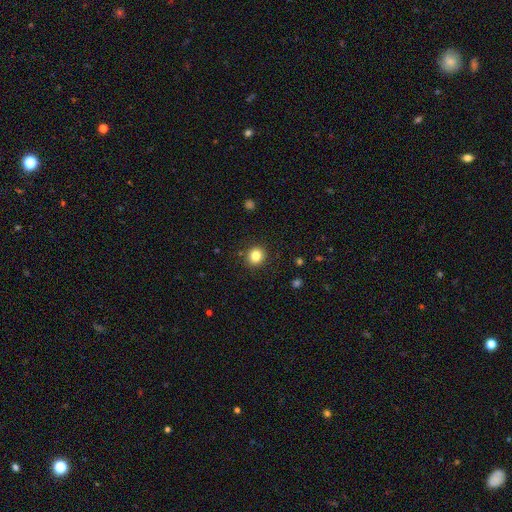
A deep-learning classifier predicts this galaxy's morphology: Smooth or featured?
  - smooth: 83% *
  - star or artifact: 11%
  - featured or disk: 6%
How rounded?
  - round: 83% *
  - in between: 16%
  - cigar-shaped: 1%
Merging?
  - none: 90% *
  - minor disturbance: 7%
  - major disturbance: 2%
  - merger: 1%